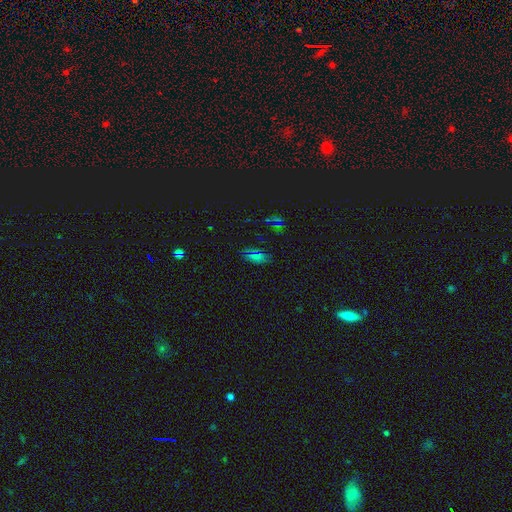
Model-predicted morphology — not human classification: Q: Smooth or featured?
A: smooth (54%); runner-up: star or artifact (35%)
Q: How rounded?
A: in between (87%); runner-up: round (7%)
Q: Merging?
A: none (81%); runner-up: minor disturbance (13%)